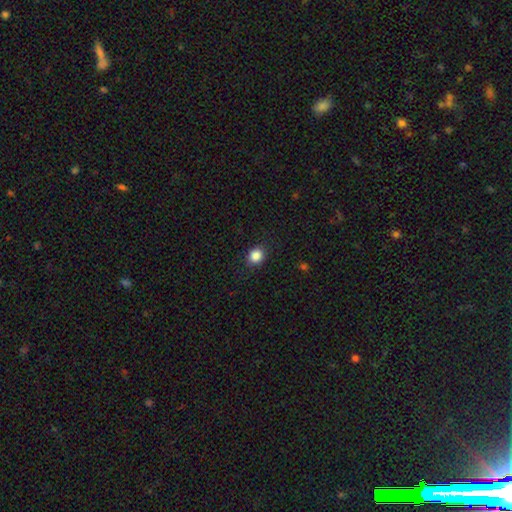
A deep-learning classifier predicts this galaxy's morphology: Q: Smooth or featured?
A: smooth (87%); runner-up: star or artifact (10%)
Q: How rounded?
A: round (69%); runner-up: in between (30%)
Q: Merging?
A: none (88%); runner-up: minor disturbance (9%)